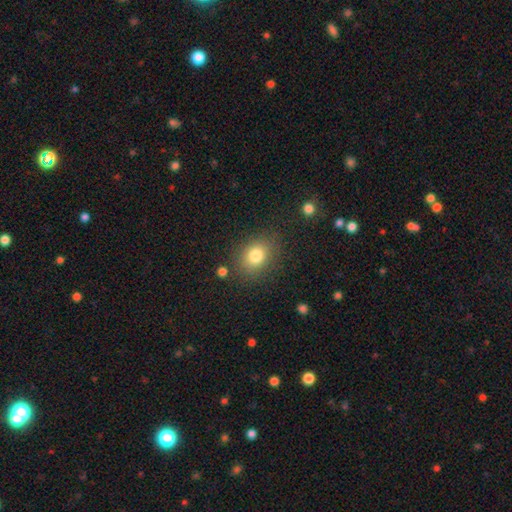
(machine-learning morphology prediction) Overall: smooth (80%). How rounded: round (53%; in between 46%). Merging: none (81%).